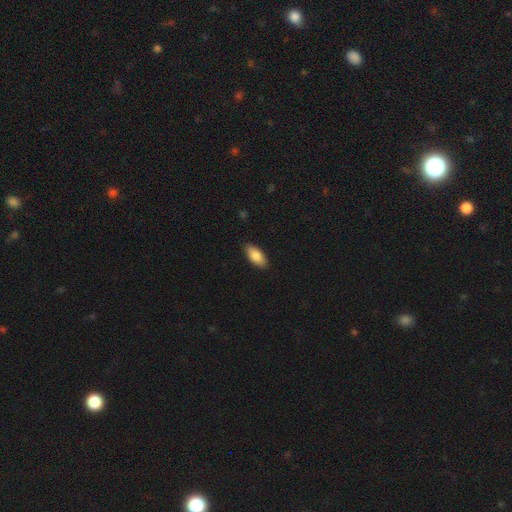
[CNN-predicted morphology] Smooth or featured? smooth (87%)
How rounded? in between (91%)
Merging? none (88%)